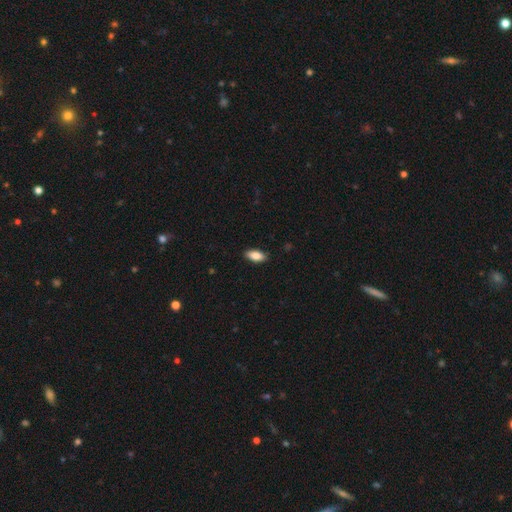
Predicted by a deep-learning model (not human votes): This appears to be a smooth galaxy with no disk features (85%) that is in between round and cigar-shaped (88%). Merging: none (88%).